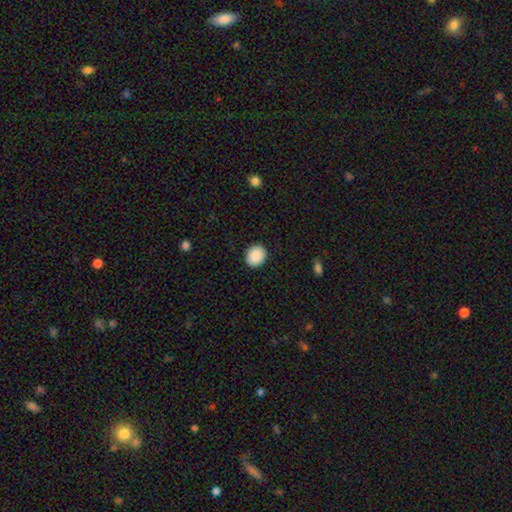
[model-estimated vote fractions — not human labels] Smooth or featured: smooth — 90% (star or artifact — 7%)
How rounded: round — 63% (in between — 36%)
Merging: none — 90% (minor disturbance — 7%)